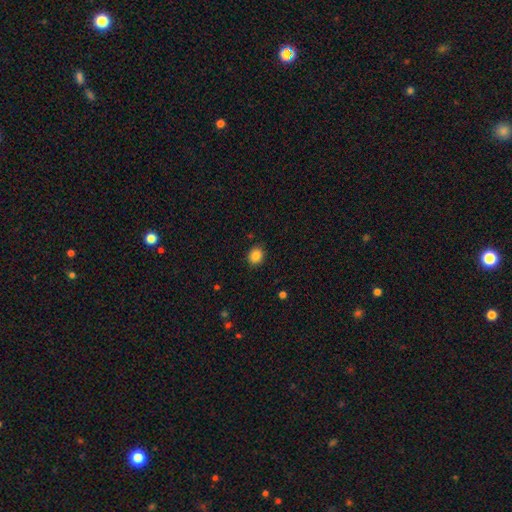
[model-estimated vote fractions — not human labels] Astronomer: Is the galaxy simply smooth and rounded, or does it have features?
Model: smooth — 85%.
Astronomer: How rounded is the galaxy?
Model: round — 68%.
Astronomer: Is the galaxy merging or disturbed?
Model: none — 89%.